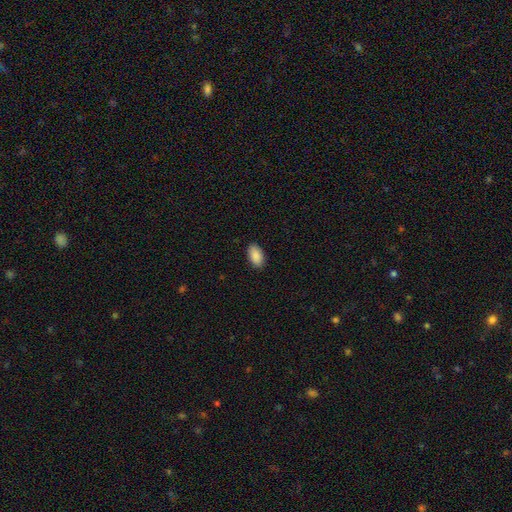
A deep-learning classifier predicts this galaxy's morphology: This appears to be a smooth galaxy with no disk features (90%) that is in between round and cigar-shaped (95%). Merging: none (89%).